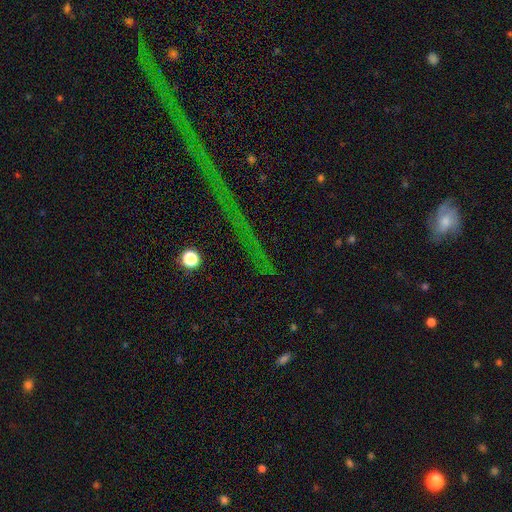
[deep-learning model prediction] Smooth or featured?
  - star or artifact: 76% *
  - smooth: 13%
  - featured or disk: 12%